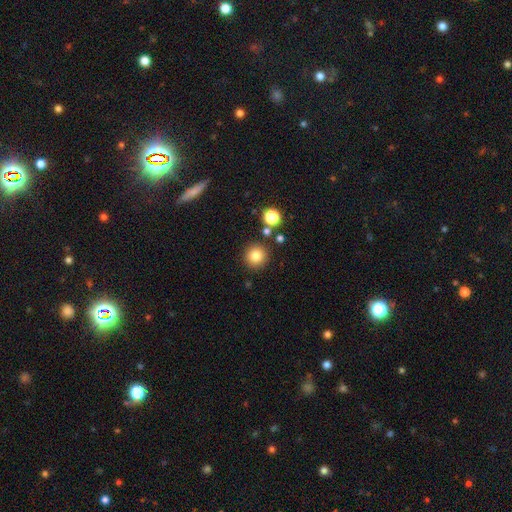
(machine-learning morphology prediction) smooth 83%, star or artifact 12%, featured or disk 6%. Down the decision tree: how rounded — round (94%); merging — none (86%).